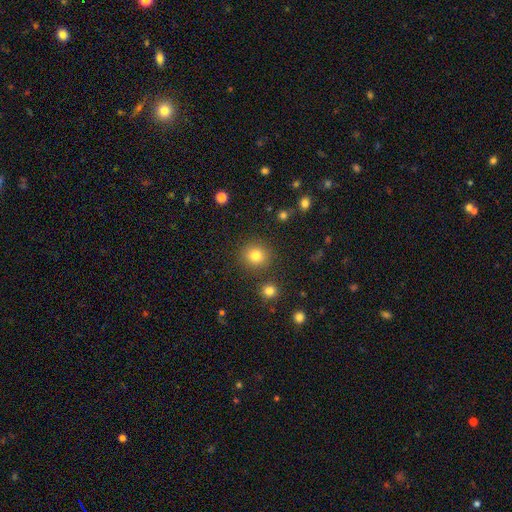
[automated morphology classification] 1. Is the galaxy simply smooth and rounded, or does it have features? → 81% smooth, 13% star or artifact, 7% featured or disk.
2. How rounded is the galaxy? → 91% round, 8% in between, 1% cigar-shaped.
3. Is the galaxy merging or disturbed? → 88% none, 6% minor disturbance, 3% merger, 3% major disturbance.